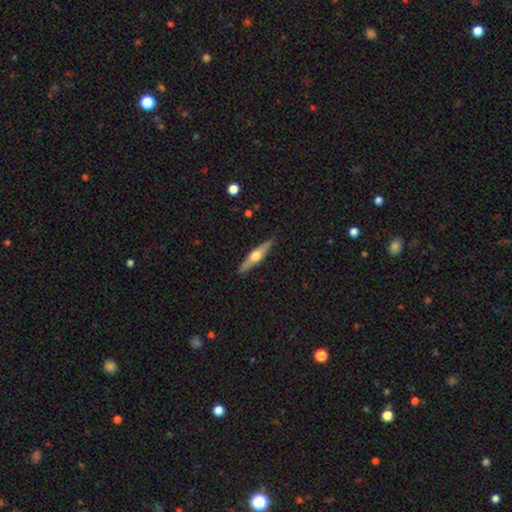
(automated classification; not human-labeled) Smooth or featured: featured or disk — 62% (smooth — 33%)
Edge-on disk: yes — 96% (no — 4%)
Edge-on bulge: rounded — 93% (boxy — 4%)
Merging: none — 90% (minor disturbance — 8%)